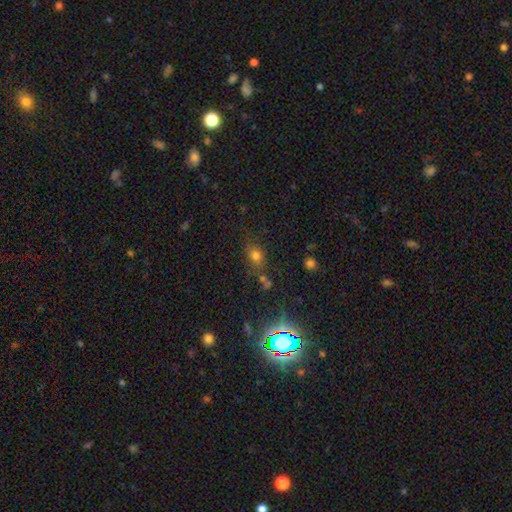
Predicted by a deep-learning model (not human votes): Overall: smooth (68%). How rounded: in between (50%; round 47%). Merging: none (65%).